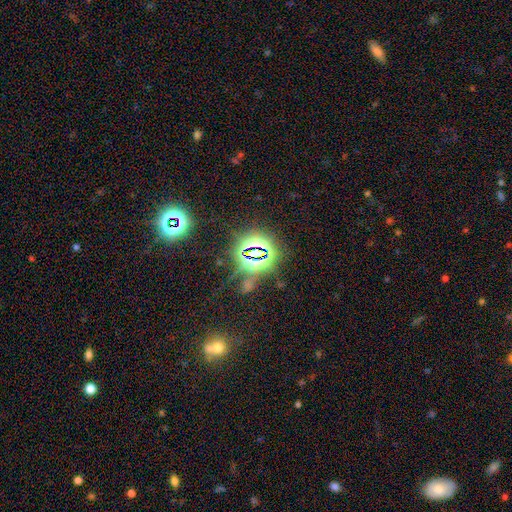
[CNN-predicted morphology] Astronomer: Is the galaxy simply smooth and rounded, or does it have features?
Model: star or artifact — 77%.